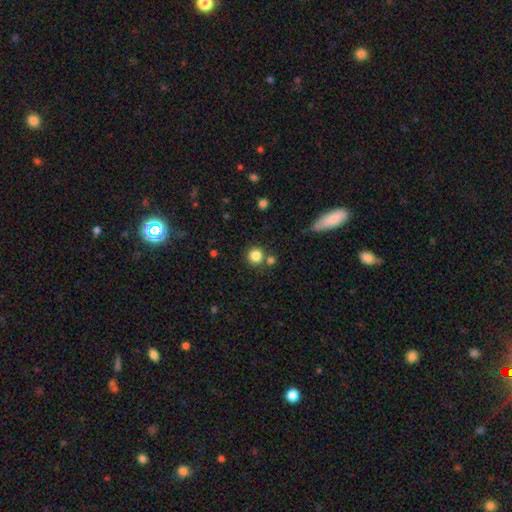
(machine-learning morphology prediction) smooth 83%, star or artifact 11%, featured or disk 5%. Down the decision tree: how rounded — round (93%); merging — none (76%).